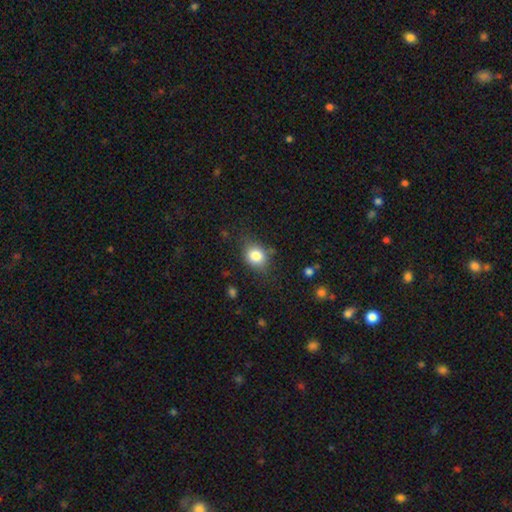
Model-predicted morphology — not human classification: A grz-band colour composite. It shows a smooth galaxy with no disk features (81%) that is round (53%). Merging: none (75%).